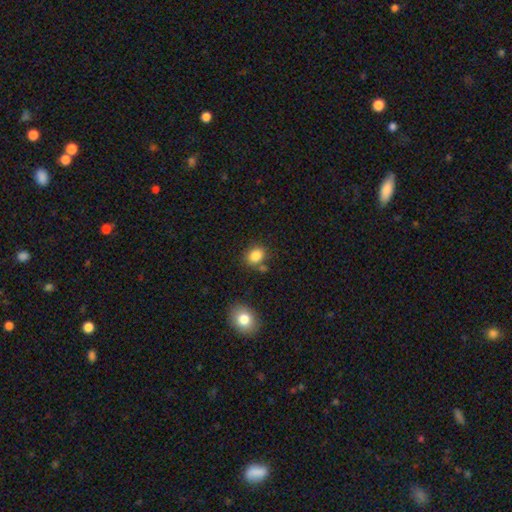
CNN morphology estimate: Smooth or featured: smooth — 84% (star or artifact — 10%)
How rounded: in between — 50% (round — 49%)
Merging: none — 71% (minor disturbance — 14%)